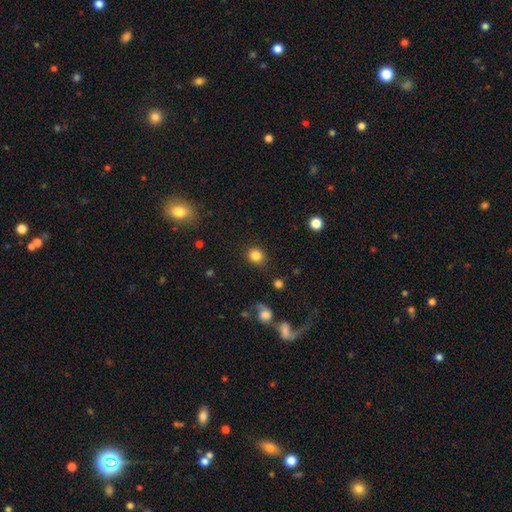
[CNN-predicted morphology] Smooth or featured: smooth — 84% (star or artifact — 11%)
How rounded: round — 83% (in between — 16%)
Merging: none — 87% (minor disturbance — 8%)